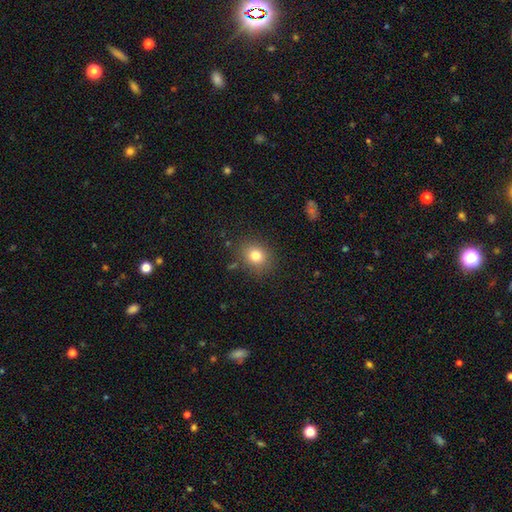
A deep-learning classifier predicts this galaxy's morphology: type=smooth (80%); roundness=round (66%); merging=none (85%).